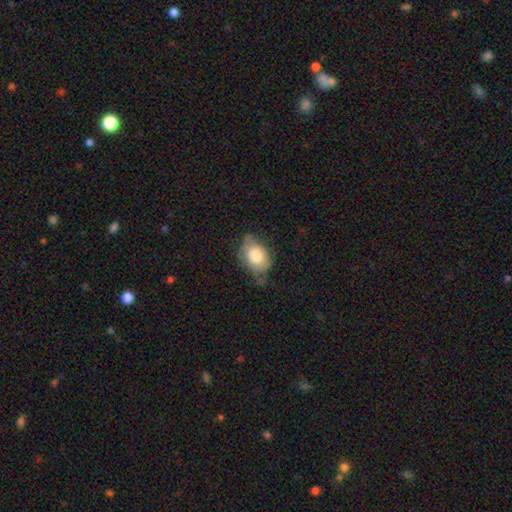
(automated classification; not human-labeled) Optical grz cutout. It shows a smooth galaxy with no disk features (72%) that is in between round and cigar-shaped (79%). Merging: none (45%).